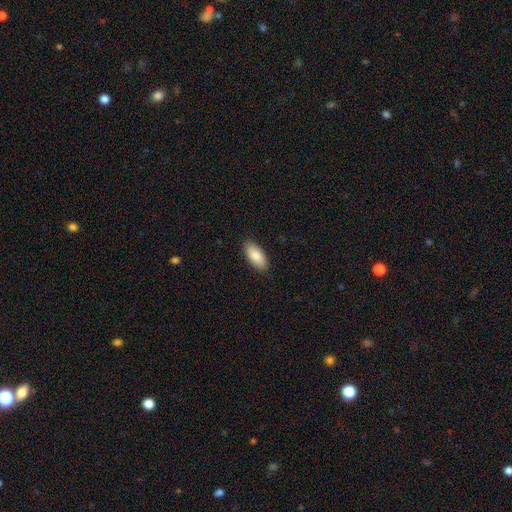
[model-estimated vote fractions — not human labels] Overall: smooth (85%). How rounded: in between (91%). Merging: none (88%).